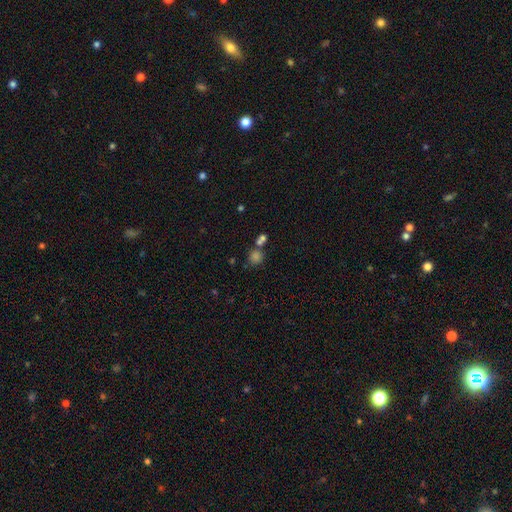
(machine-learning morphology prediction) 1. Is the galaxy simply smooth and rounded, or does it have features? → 59% smooth, 30% star or artifact, 10% featured or disk.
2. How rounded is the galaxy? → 85% round, 13% in between, 2% cigar-shaped.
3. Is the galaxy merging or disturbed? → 65% none, 21% merger, 9% minor disturbance, 5% major disturbance.